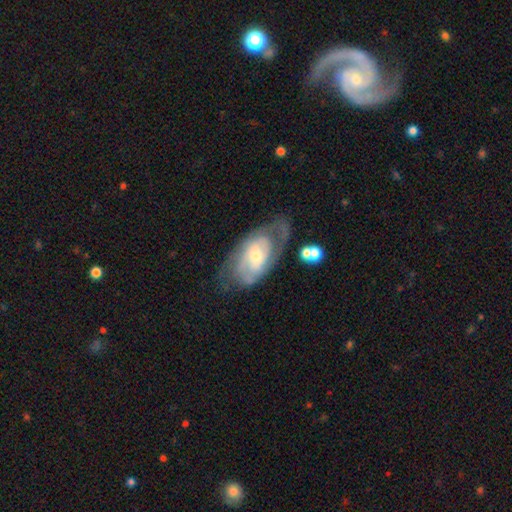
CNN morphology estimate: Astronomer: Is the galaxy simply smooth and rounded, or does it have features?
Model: featured or disk — 77%.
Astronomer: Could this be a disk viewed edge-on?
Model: no — 94%.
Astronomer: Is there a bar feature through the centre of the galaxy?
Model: no — 49% (runner-up: weak, 39%).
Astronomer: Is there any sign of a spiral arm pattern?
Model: yes — 87%.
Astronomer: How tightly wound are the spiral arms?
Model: tight — 51% (runner-up: medium, 37%).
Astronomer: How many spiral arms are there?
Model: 2 — 46% (runner-up: can't tell, 34%).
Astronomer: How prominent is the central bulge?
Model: small — 48% (runner-up: moderate, 46%).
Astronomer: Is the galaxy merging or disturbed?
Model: none — 58%.